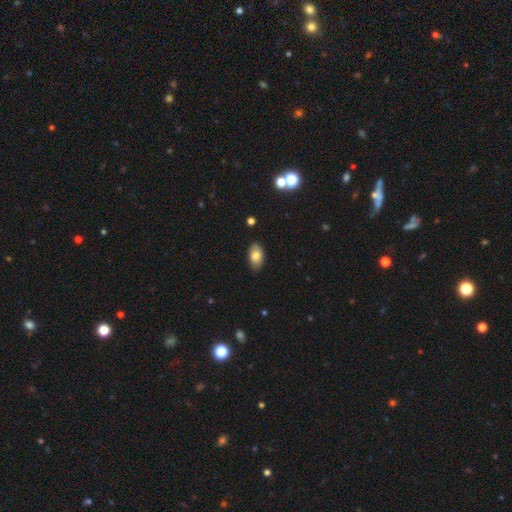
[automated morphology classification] Q: Smooth or featured?
A: smooth (80%); runner-up: featured or disk (12%)
Q: How rounded?
A: in between (93%); runner-up: round (5%)
Q: Merging?
A: none (86%); runner-up: minor disturbance (11%)